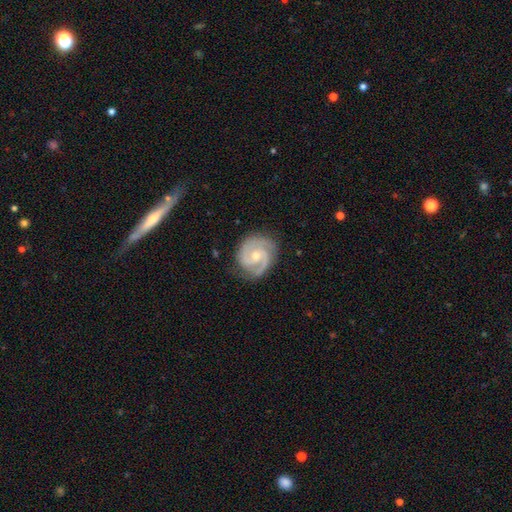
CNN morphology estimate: A featured or disk galaxy (92%) with no bar (59%), 2 (70%) tight (57%) spiral arms (99%) and a moderate central bulge (48%, tied with small). Merging: none (81%).